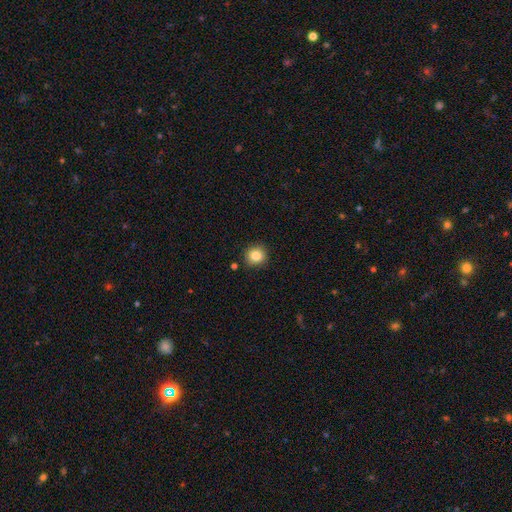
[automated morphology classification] Smooth or featured? smooth (84%)
How rounded? round (91%)
Merging? none (88%)